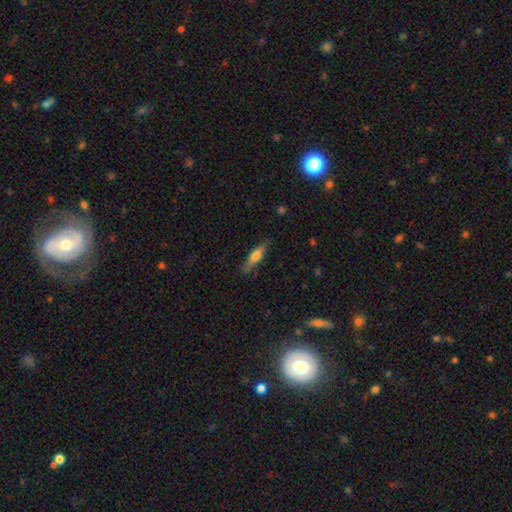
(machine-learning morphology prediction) Overall: smooth (54%; featured or disk 40%). How rounded: cigar-shaped (78%). Merging: none (85%).